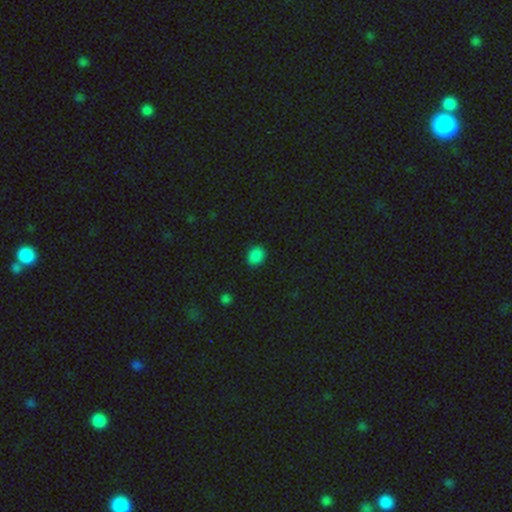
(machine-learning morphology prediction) This is clearly a smooth galaxy (84%). How rounded: possibly round (53%). Merging: clearly none (88%).